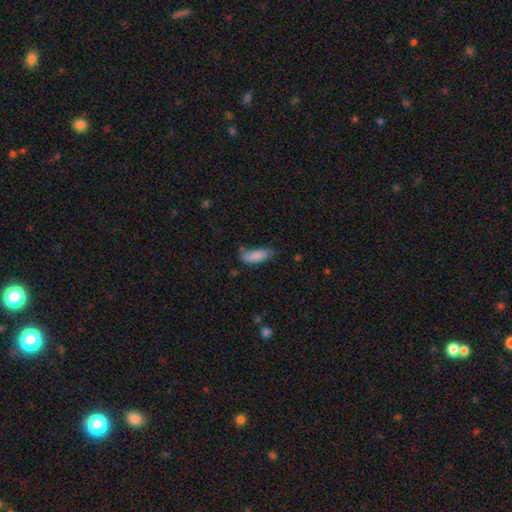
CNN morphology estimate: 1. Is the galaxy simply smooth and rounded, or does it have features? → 84% smooth, 9% featured or disk, 7% star or artifact.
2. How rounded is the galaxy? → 65% in between, 33% cigar-shaped, 2% round.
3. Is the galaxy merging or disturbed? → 55% none, 31% minor disturbance, 9% major disturbance, 5% merger.